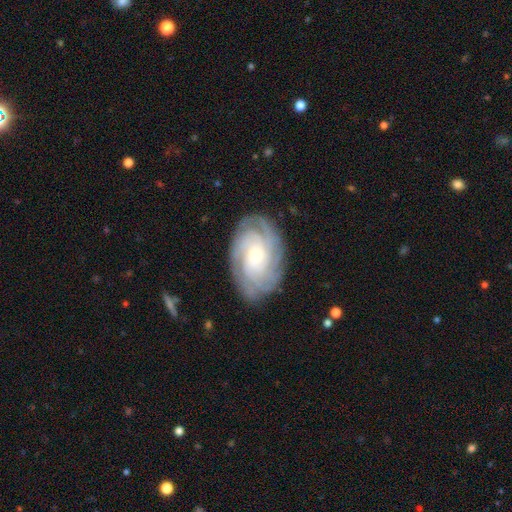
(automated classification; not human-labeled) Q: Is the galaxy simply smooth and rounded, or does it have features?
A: featured or disk — 85%.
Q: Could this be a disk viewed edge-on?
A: no — 97%.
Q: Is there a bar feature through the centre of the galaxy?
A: no — 77%.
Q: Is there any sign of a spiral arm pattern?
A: yes — 97%.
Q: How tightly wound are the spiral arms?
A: tight — 77%.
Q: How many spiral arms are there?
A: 4 — 29%.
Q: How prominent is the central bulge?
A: small — 64%.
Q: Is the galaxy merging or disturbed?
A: none — 83%.